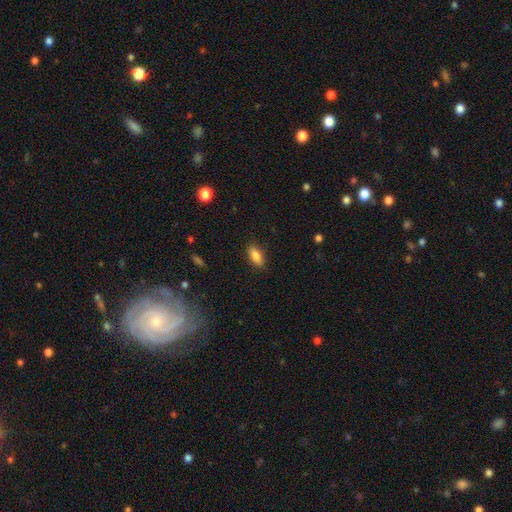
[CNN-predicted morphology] Smooth or featured? Predicted: smooth (p=0.87). How rounded? Predicted: in between (p=0.86). Merging? Predicted: none (p=0.85).